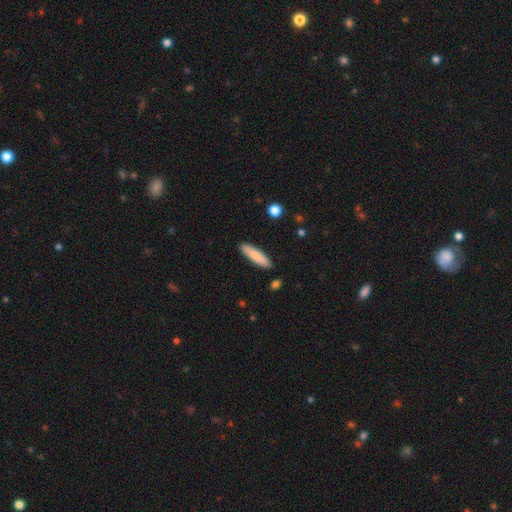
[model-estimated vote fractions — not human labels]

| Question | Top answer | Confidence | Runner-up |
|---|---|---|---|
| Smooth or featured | smooth | 84% | featured or disk (11%) |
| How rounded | cigar-shaped | 74% | in between (25%) |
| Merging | none | 89% | minor disturbance (8%) |